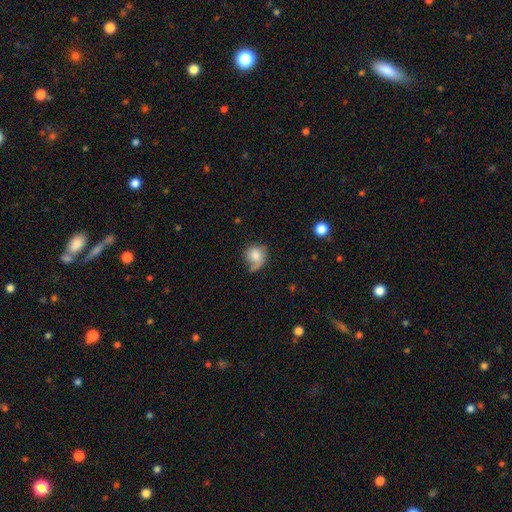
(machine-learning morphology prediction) smooth 77%, featured or disk 15%, star or artifact 9%. Down the decision tree: how rounded — round (79%); merging — none (45%).